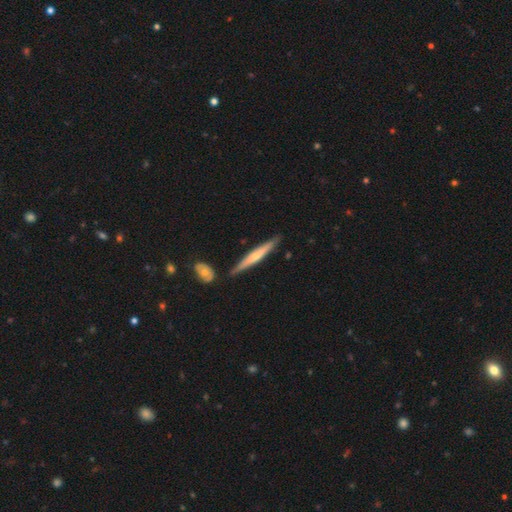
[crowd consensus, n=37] smooth_or_featured: featured or disk (p=0.65) [alt: smooth p=0.27]
disk_edge_on: yes (p=1.00)
edge_on_bulge: rounded (p=0.71) [alt: none p=0.21]
merging: none (p=0.88) [alt: minor disturbance p=0.06]